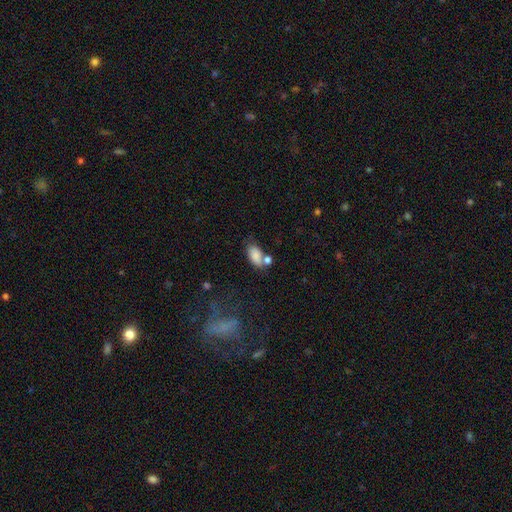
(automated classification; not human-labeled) smooth-or-featured: smooth: 81% | featured or disk: 9% | star or artifact: 9%
  how-rounded: in between: 90% | round: 7% | cigar-shaped: 3%
  merging: none: 45% | merger: 31% | minor disturbance: 17% | major disturbance: 7%